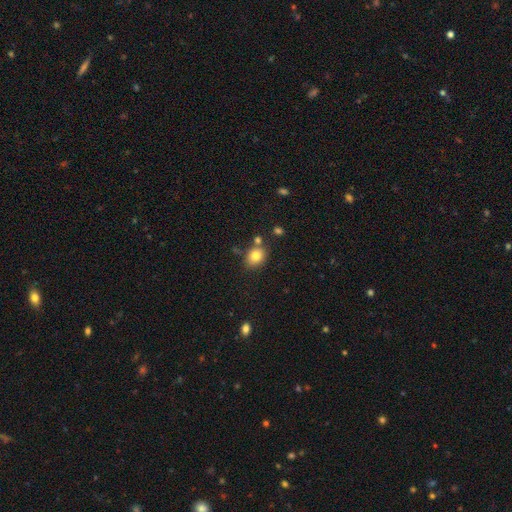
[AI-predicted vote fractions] This appears to be a smooth galaxy with no disk features (80%) that is in between round and cigar-shaped (52%). Merging: none (71%).